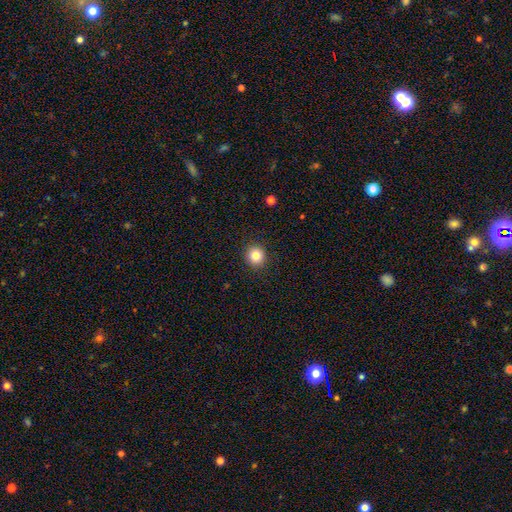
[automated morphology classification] Smooth or featured? smooth (84%)
How rounded? round (91%)
Merging? none (92%)